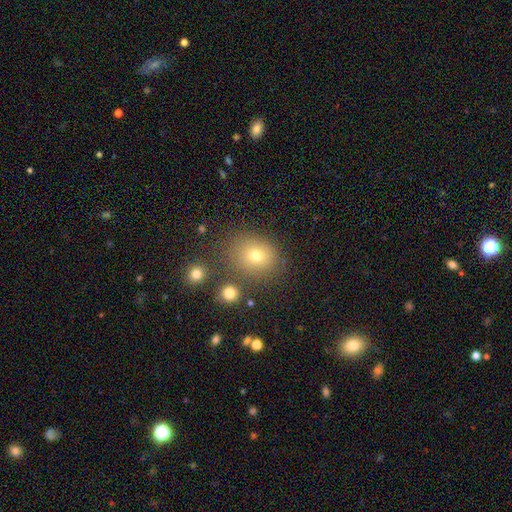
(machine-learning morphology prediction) Smooth or featured? smooth (73%)
How rounded? round (68%)
Merging? none (76%)